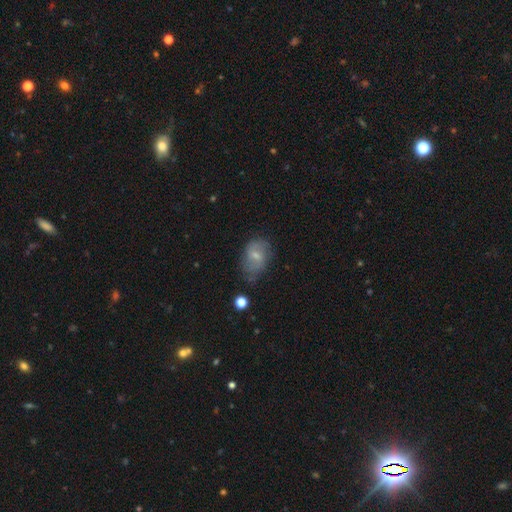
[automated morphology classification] This is possibly a smooth galaxy (48%). Merging: possibly none (53%).